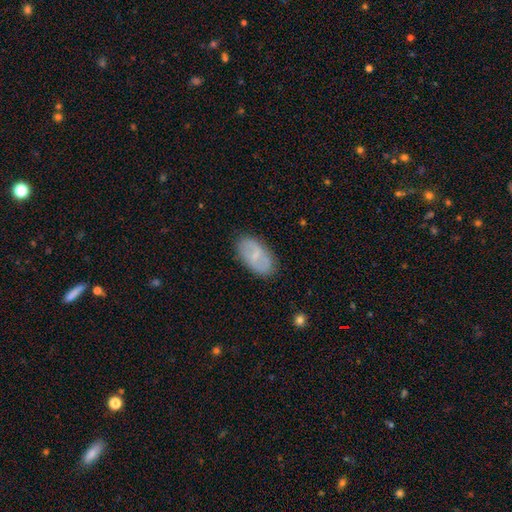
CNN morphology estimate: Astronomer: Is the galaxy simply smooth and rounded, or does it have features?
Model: smooth — 47% (runner-up: featured or disk, 46%).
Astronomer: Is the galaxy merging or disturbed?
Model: none — 82%.